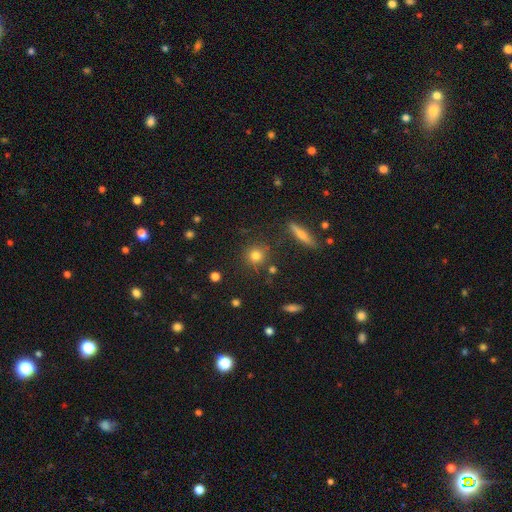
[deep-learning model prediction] Smooth or featured? Predicted: smooth (p=0.76). How rounded? Predicted: round (p=0.89). Merging? Predicted: none (p=0.82).